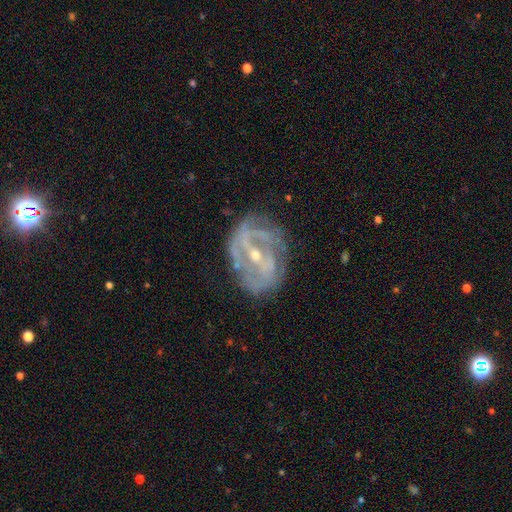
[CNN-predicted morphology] Smooth or featured? Predicted: featured or disk (p=0.84). Edge-on disk? Predicted: no (p=0.95). Bar? Predicted: strong (p=0.48). Spiral arms? Predicted: yes (p=0.82). Spiral winding? Predicted: tight (p=0.41). Spiral arm count? Predicted: 2 (p=0.48). Bulge size? Predicted: small (p=0.62). Merging? Predicted: none (p=0.65).